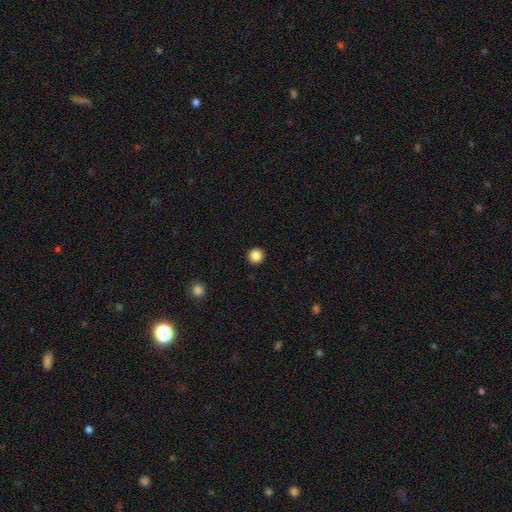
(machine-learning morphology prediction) Smooth or featured? Predicted: smooth (p=0.86). How rounded? Predicted: round (p=0.96). Merging? Predicted: none (p=0.94).